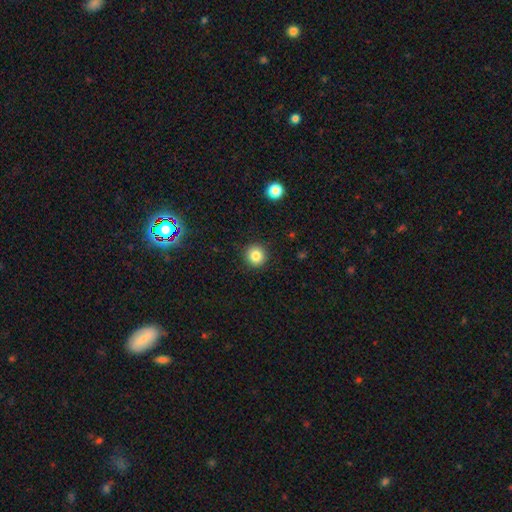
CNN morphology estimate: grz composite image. It shows a smooth galaxy with no disk features (84%) that is round (94%). Merging: none (91%).